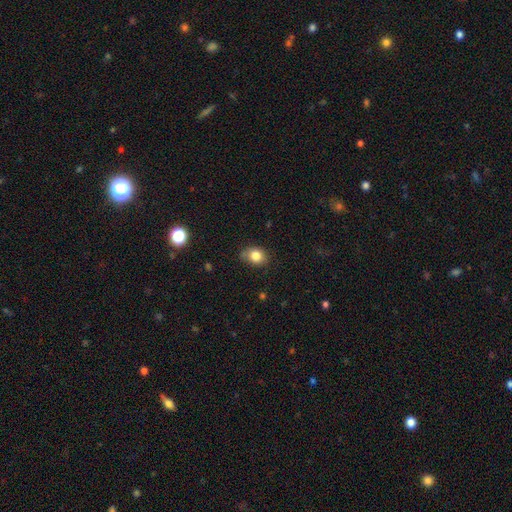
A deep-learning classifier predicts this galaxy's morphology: A smooth galaxy with no disk features (82%) that is in between round and cigar-shaped (51%).

Vote fractions:
- Smooth or featured? smooth: 82% / star or artifact: 10% / featured or disk: 7%
- How rounded? in between: 51% / round: 48% / cigar-shaped: 1%
- Merging? none: 71% / minor disturbance: 22% / major disturbance: 4% / merger: 2%